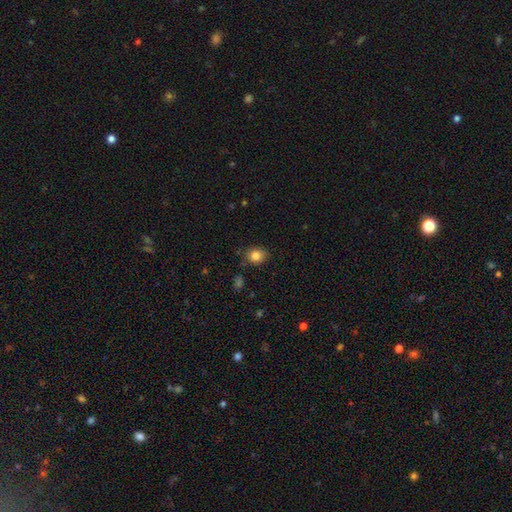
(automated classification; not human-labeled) Smooth or featured? Predicted: smooth (p=0.83). How rounded? Predicted: round (p=0.66). Merging? Predicted: none (p=0.82).